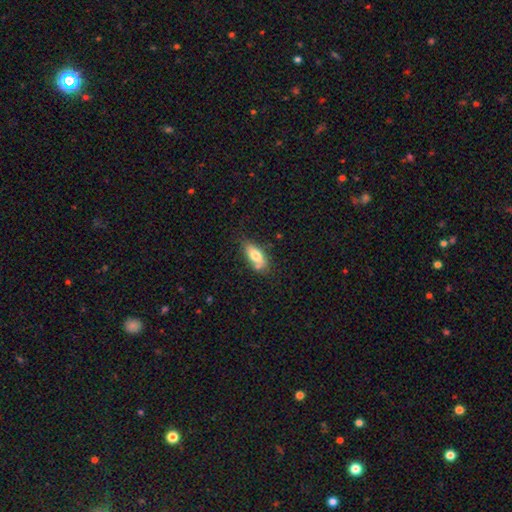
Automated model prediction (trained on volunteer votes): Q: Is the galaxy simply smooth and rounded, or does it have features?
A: smooth — 72%.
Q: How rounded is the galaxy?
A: in between — 79%.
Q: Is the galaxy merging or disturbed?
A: none — 64%.